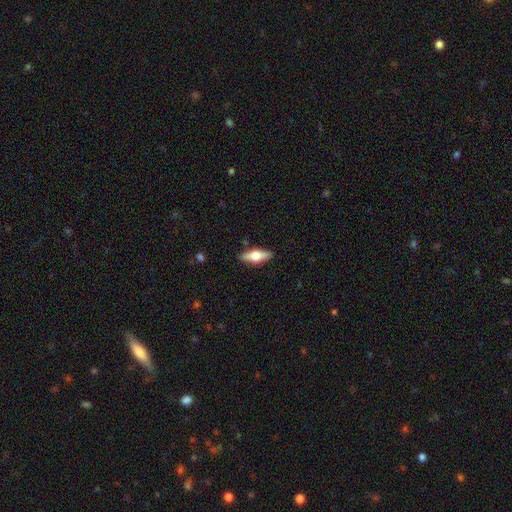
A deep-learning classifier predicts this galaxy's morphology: smooth_or_featured: smooth (p=0.48) [alt: featured or disk p=0.45]
merging: none (p=0.88) [alt: minor disturbance p=0.09]